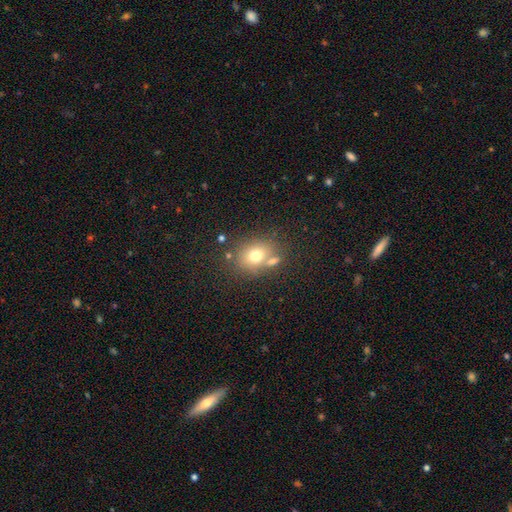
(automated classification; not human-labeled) The model was most divided on "how rounded": round: 51%, in between: 48%, cigar-shaped: 1%. More confident: smooth or featured — smooth (72%); merging — none (61%).